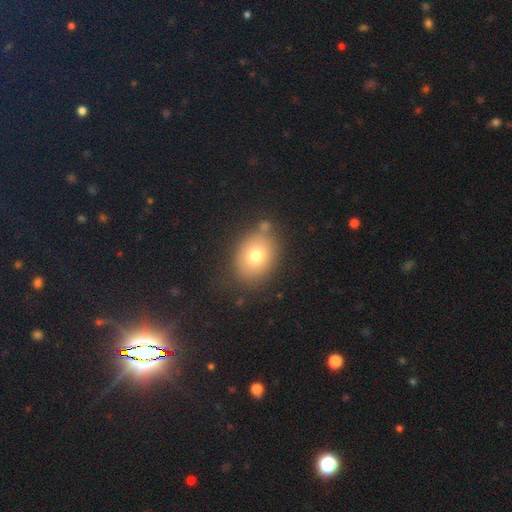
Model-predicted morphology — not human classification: The model was most divided on "how rounded": in between: 61%, round: 38%, cigar-shaped: 1%. More confident: merging — none (75%); smooth or featured — smooth (75%).